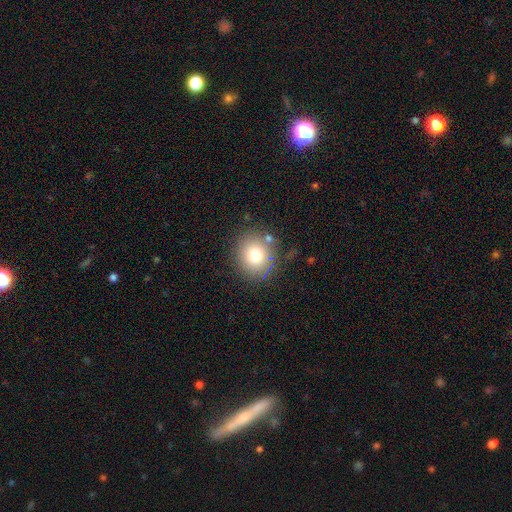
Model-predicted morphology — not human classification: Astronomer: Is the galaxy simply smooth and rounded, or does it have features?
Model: smooth — 73%.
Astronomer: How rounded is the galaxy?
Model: round — 82%.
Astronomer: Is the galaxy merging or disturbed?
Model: none — 85%.